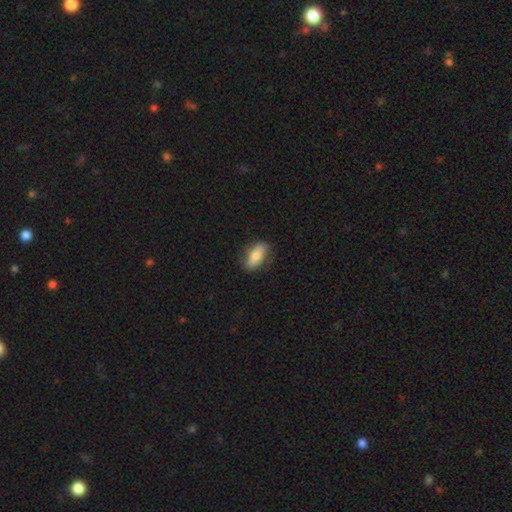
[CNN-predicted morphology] Smooth or featured?
  - smooth: 69% *
  - featured or disk: 24%
  - star or artifact: 7%
How rounded?
  - in between: 80% *
  - cigar-shaped: 15%
  - round: 5%
Merging?
  - none: 78% *
  - minor disturbance: 16%
  - major disturbance: 4%
  - merger: 1%